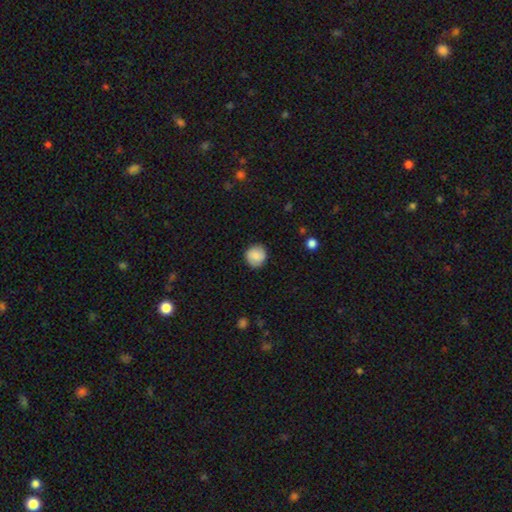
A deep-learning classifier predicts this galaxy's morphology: smooth 78%, featured or disk 14%, star or artifact 7%. Down the decision tree: how rounded — round (90%); merging — none (87%).